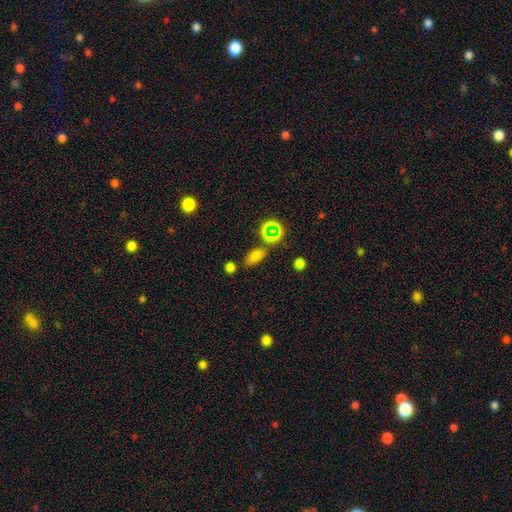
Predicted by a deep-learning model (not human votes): This is likely a smooth galaxy (69%). How rounded: clearly in between (80%). Merging: likely none (72%).